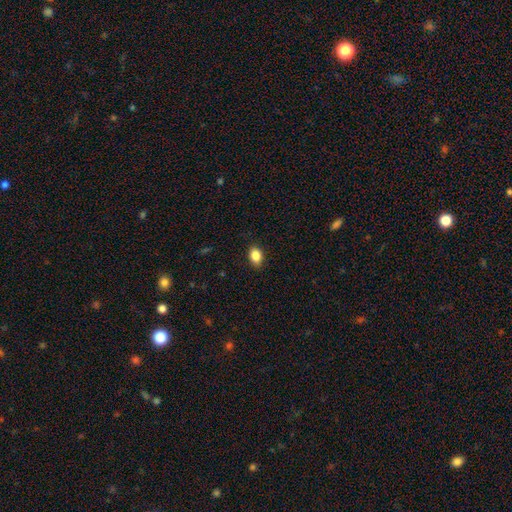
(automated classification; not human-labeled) The model was most divided on "how rounded": in between: 81%, round: 17%, cigar-shaped: 1%. More confident: merging — none (88%); smooth or featured — smooth (87%).